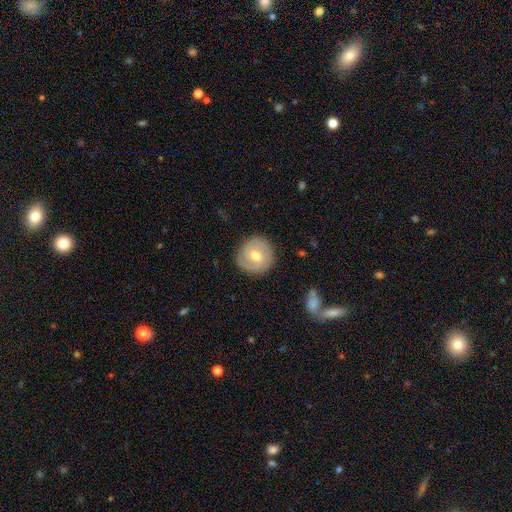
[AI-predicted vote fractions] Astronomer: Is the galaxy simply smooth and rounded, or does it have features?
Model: featured or disk — 50% (runner-up: smooth, 43%).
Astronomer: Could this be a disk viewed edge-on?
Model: no — 96%.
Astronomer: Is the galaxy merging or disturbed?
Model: none — 84%.